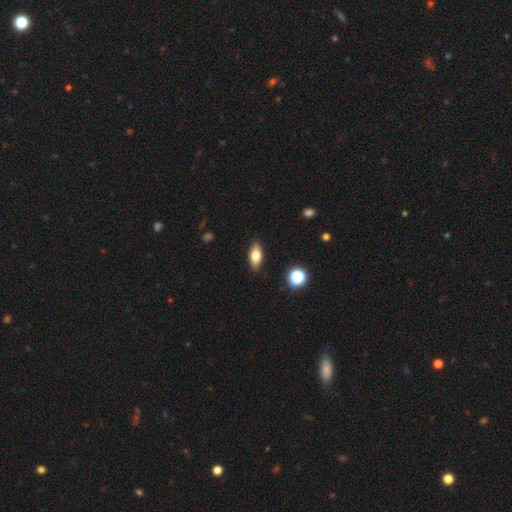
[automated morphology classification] Smooth or featured?
  - smooth: 75% *
  - featured or disk: 16%
  - star or artifact: 8%
How rounded?
  - in between: 83% *
  - cigar-shaped: 12%
  - round: 5%
Merging?
  - none: 88% *
  - minor disturbance: 9%
  - major disturbance: 2%
  - merger: 1%